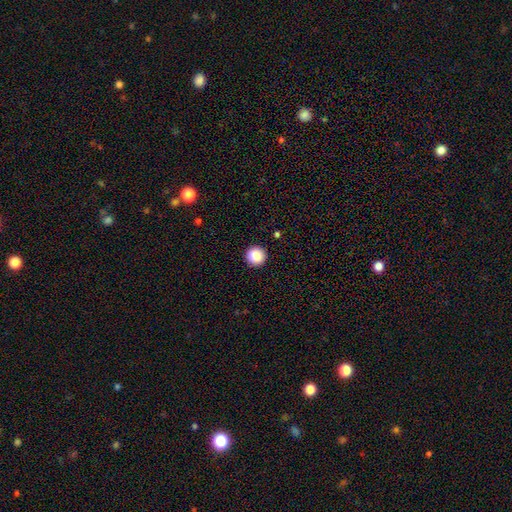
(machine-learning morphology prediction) Q: Smooth or featured?
A: smooth (88%); runner-up: star or artifact (9%)
Q: How rounded?
A: round (97%); runner-up: in between (3%)
Q: Merging?
A: none (93%); runner-up: minor disturbance (4%)